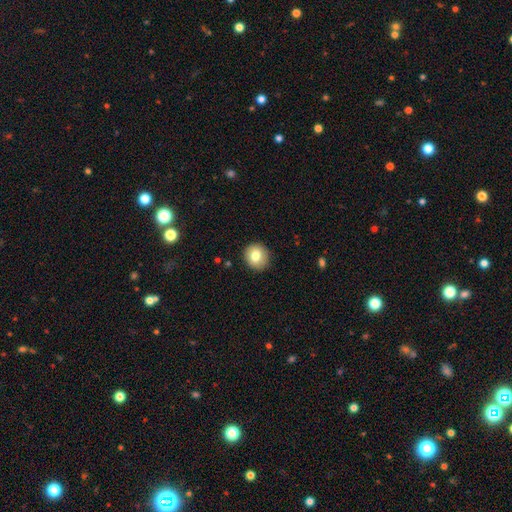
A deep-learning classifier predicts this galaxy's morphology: A smooth galaxy with no disk features (81%) that is round (87%).

Vote fractions:
- Smooth or featured? smooth: 81% / featured or disk: 11% / star or artifact: 9%
- How rounded? round: 87% / in between: 12% / cigar-shaped: 1%
- Merging? none: 90% / minor disturbance: 7% / major disturbance: 2% / merger: 1%